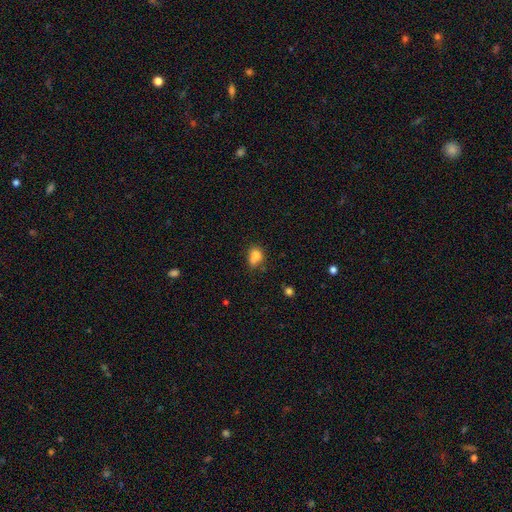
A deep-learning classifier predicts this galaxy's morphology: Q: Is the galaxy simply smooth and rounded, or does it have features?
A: smooth — 77%.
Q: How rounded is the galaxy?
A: round — 50%.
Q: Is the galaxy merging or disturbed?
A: none — 40%.